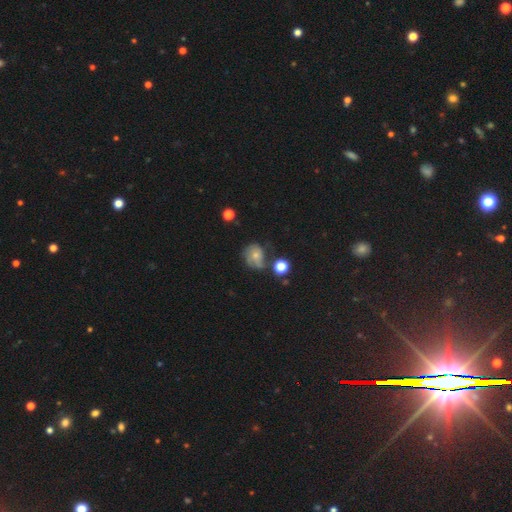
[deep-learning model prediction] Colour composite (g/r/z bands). It shows a smooth galaxy with no disk features (45%). Merging: none (45%).